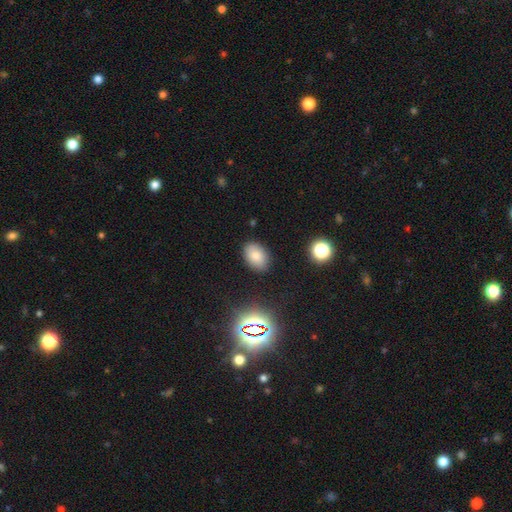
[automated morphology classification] This appears to be a smooth galaxy with no disk features (80%) that is in between round and cigar-shaped (84%). Merging: none (86%).